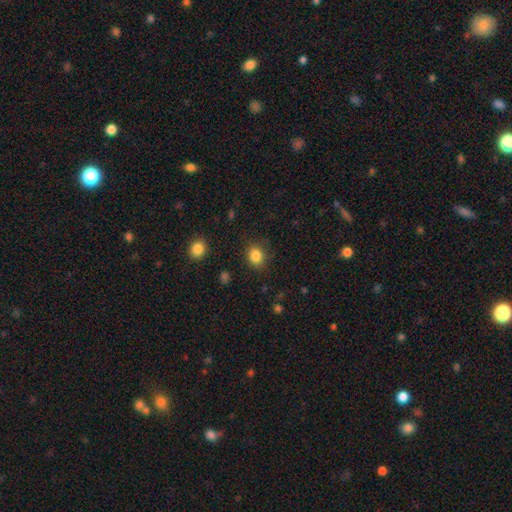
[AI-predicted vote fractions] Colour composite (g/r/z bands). It shows a smooth galaxy with no disk features (85%) that is round (54%). Merging: none (83%).